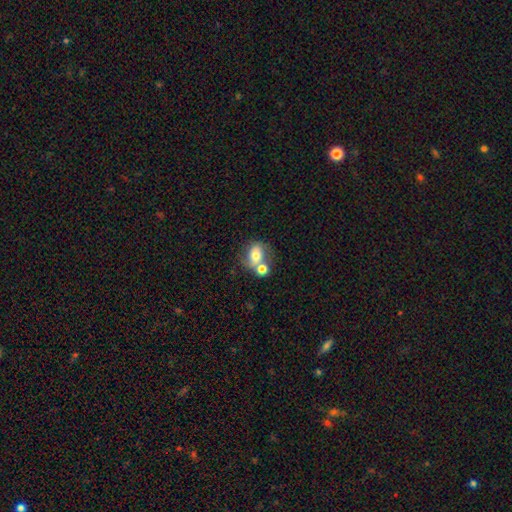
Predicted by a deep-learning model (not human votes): Smooth or featured?
  - smooth: 61% *
  - featured or disk: 29%
  - star or artifact: 10%
How rounded?
  - in between: 54% *
  - round: 44%
  - cigar-shaped: 2%
Merging?
  - merger: 41% *
  - none: 39%
  - minor disturbance: 13%
  - major disturbance: 7%